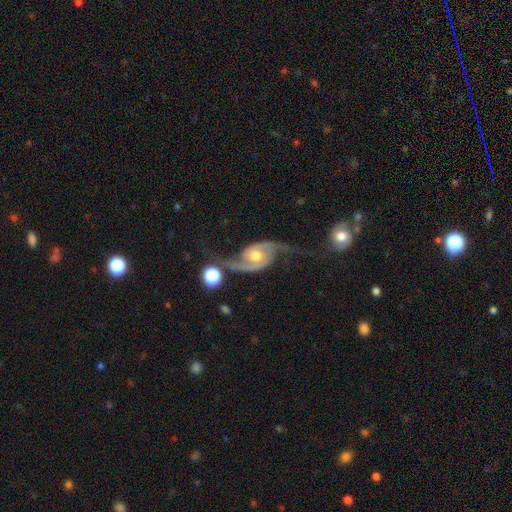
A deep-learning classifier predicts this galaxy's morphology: smooth_or_featured: featured or disk (p=0.91) [alt: smooth p=0.05]
disk_edge_on: no (p=0.97) [alt: yes p=0.03]
bar: no (p=0.65) [alt: weak p=0.27]
has_spiral_arms: yes (p=0.97) [alt: no p=0.03]
spiral_winding: loose (p=0.60) [alt: medium p=0.31]
spiral_arm_count: 2 (p=0.94) [alt: can't tell p=0.02]
bulge_size: moderate (p=0.72) [alt: small p=0.17]
merging: none (p=0.59) [alt: minor disturbance p=0.19]